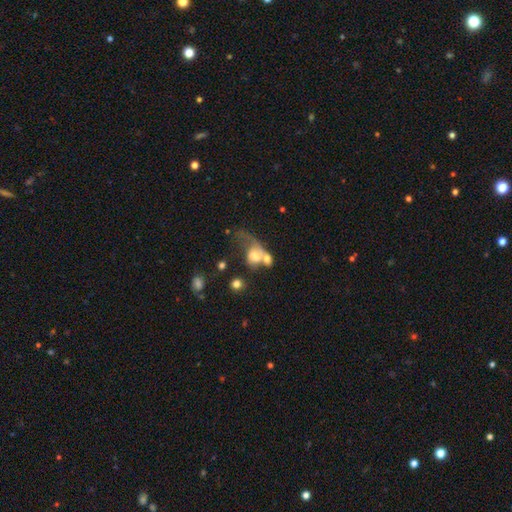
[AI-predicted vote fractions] smooth_or_featured: smooth (p=0.54) [alt: featured or disk p=0.35]
how_rounded: in between (p=0.60) [alt: round p=0.38]
merging: merger (p=0.51) [alt: major disturbance p=0.28]